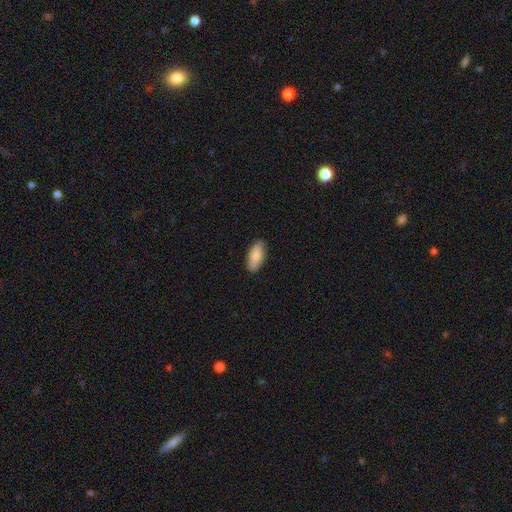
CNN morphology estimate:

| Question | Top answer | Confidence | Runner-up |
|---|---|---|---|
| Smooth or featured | smooth | 85% | featured or disk (9%) |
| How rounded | in between | 83% | cigar-shaped (15%) |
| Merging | none | 86% | minor disturbance (10%) |